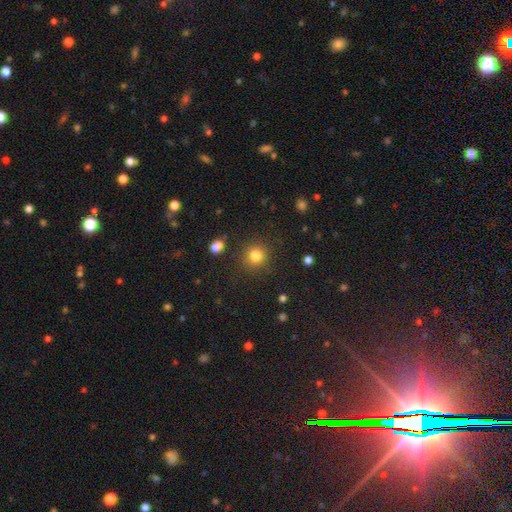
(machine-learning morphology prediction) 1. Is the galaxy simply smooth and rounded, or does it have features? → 82% smooth, 13% star or artifact, 5% featured or disk.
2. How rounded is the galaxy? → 91% round, 8% in between, 1% cigar-shaped.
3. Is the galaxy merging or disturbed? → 86% none, 8% minor disturbance, 3% major disturbance, 2% merger.